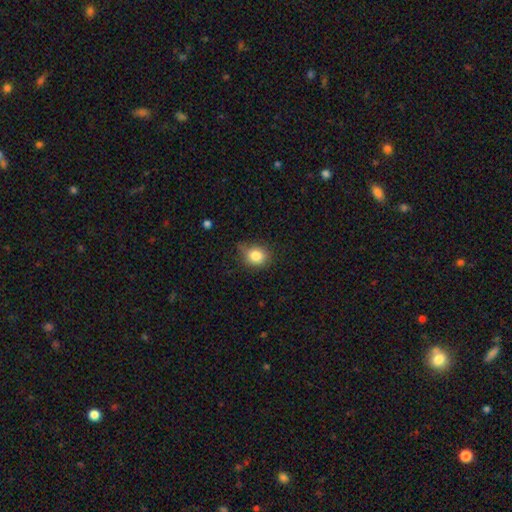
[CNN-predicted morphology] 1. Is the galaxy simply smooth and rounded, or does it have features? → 82% smooth, 10% star or artifact, 7% featured or disk.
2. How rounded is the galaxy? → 72% round, 27% in between, 1% cigar-shaped.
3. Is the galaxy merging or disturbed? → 62% none, 29% minor disturbance, 6% major disturbance, 2% merger.